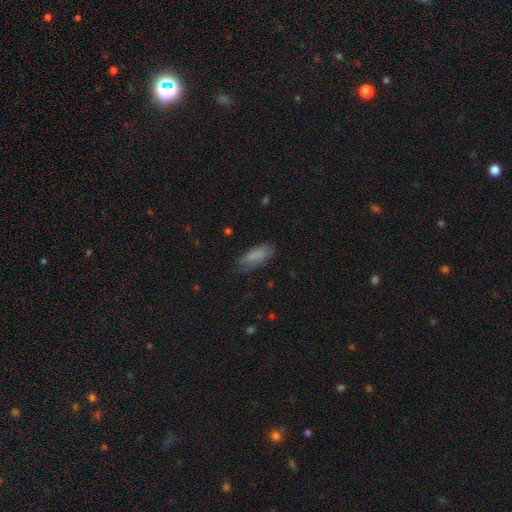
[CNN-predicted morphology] Smooth or featured? smooth (83%)
How rounded? in between (65%)
Merging? none (69%)